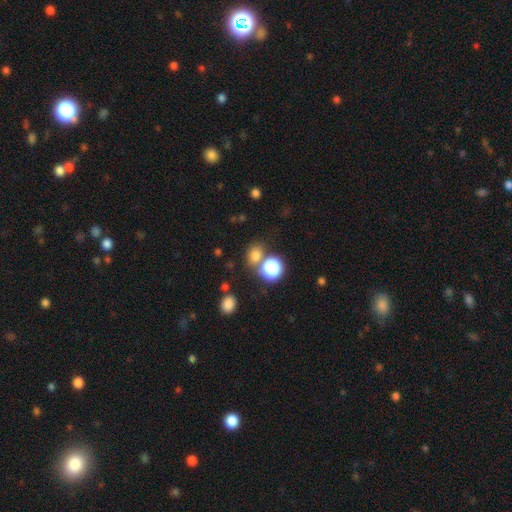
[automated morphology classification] Q: Smooth or featured?
A: smooth (72%); runner-up: star or artifact (22%)
Q: How rounded?
A: round (63%); runner-up: in between (36%)
Q: Merging?
A: none (68%); runner-up: merger (18%)